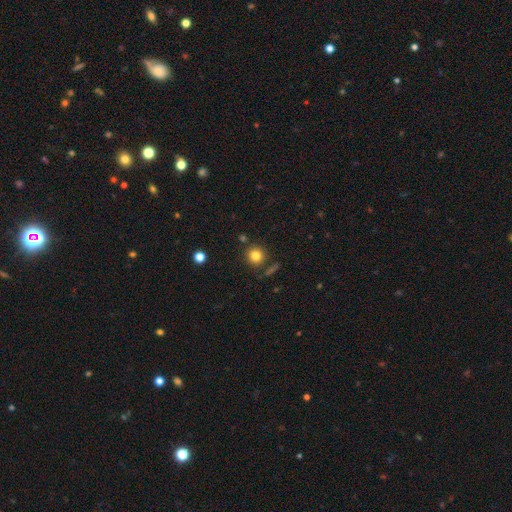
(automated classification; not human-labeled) Overall: smooth (81%). How rounded: round (92%). Merging: none (82%).